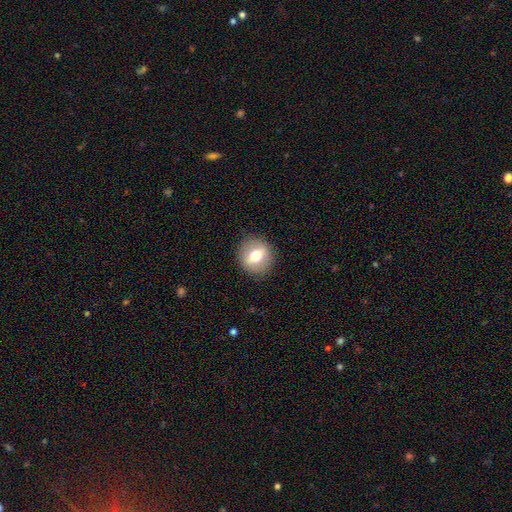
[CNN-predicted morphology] A smooth galaxy with no disk features (59%) that is round (82%). Merging: none (88%).